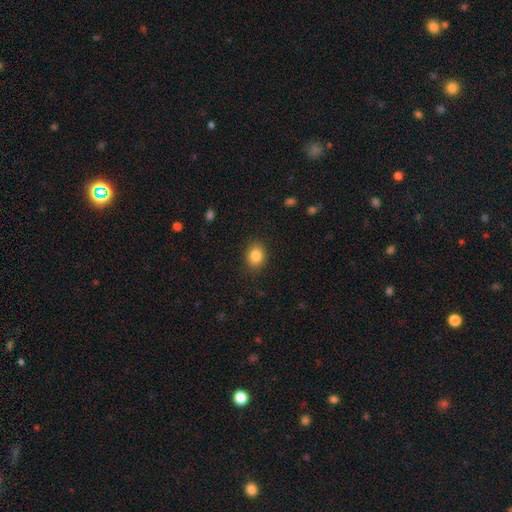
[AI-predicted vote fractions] smooth 85%, star or artifact 9%, featured or disk 6%. Down the decision tree: how rounded — in between (55%); merging — none (88%).